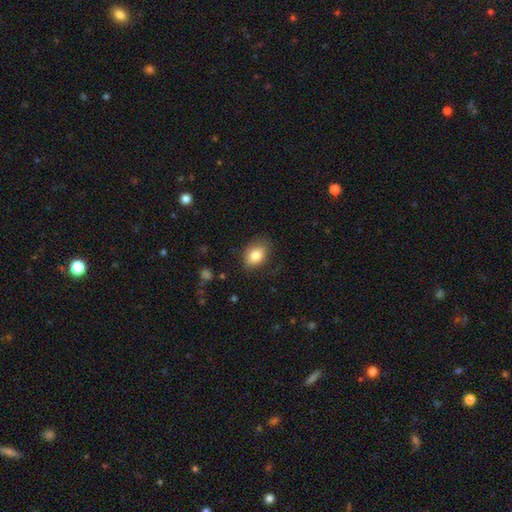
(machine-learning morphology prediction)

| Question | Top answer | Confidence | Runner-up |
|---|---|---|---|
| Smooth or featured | smooth | 83% | featured or disk (9%) |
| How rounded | in between | 75% | round (24%) |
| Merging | none | 77% | minor disturbance (18%) |